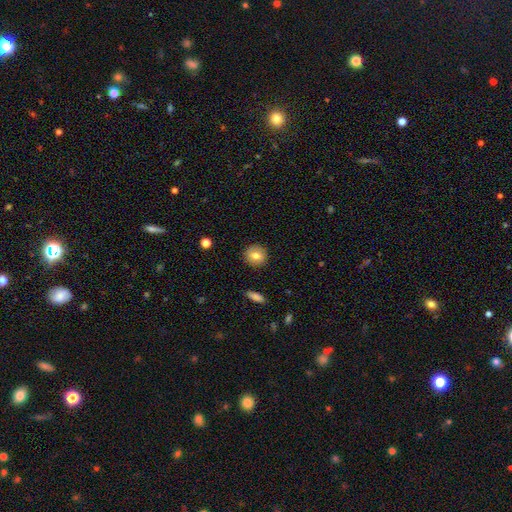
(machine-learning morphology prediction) Smooth or featured? smooth (76%)
How rounded? round (86%)
Merging? none (88%)